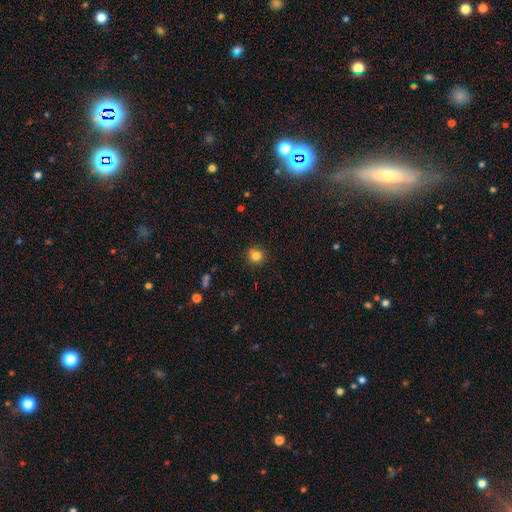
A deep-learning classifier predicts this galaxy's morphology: A smooth galaxy with no disk features (79%) that is round (89%).

Vote fractions:
- Smooth or featured? smooth: 79% / star or artifact: 13% / featured or disk: 8%
- How rounded? round: 89% / in between: 10% / cigar-shaped: 1%
- Merging? none: 74% / minor disturbance: 12% / merger: 10% / major disturbance: 3%